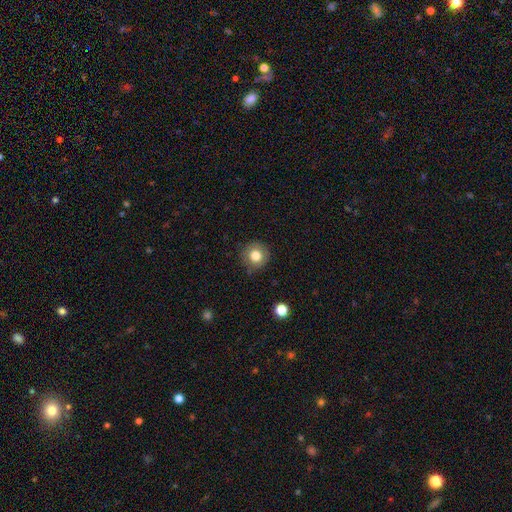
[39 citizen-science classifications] Smooth or featured: smooth — 82% (star or artifact — 10%)
How rounded: round — 97% (cigar-shaped — 3%)
Merging: none — 89% (minor disturbance — 11%)